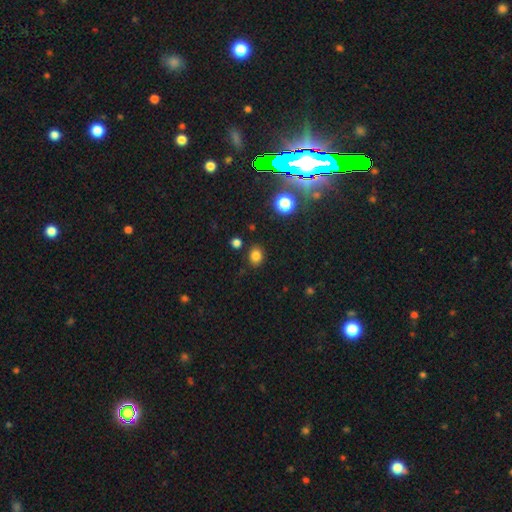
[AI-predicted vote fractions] A smooth galaxy with no disk features (80%) that is round (52%). Merging: none (84%).